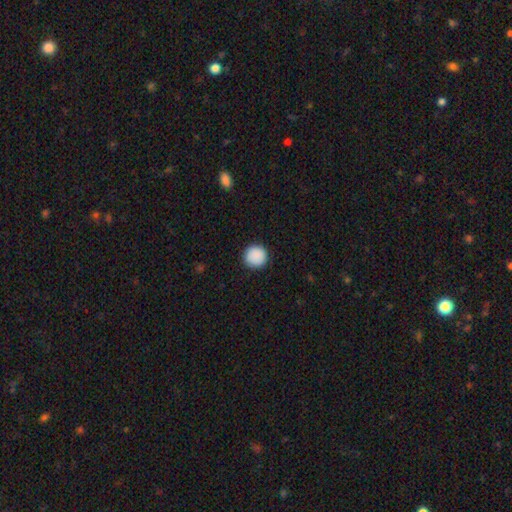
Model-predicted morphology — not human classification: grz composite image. It shows a smooth galaxy with no disk features (90%) that is round (93%). Merging: none (91%).